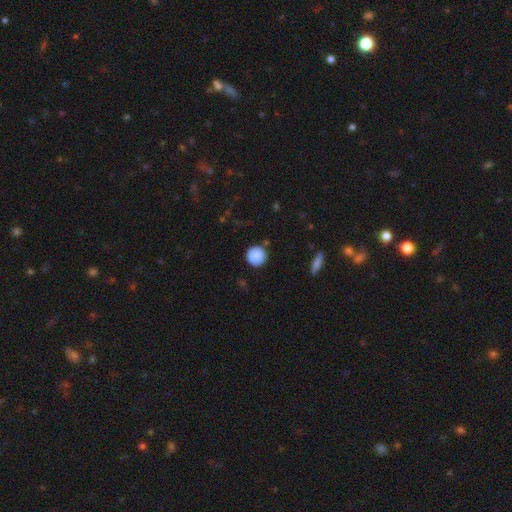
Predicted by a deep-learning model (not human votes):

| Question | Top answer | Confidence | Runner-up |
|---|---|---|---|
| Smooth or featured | smooth | 89% | star or artifact (8%) |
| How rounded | round | 95% | in between (4%) |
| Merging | none | 88% | minor disturbance (8%) |